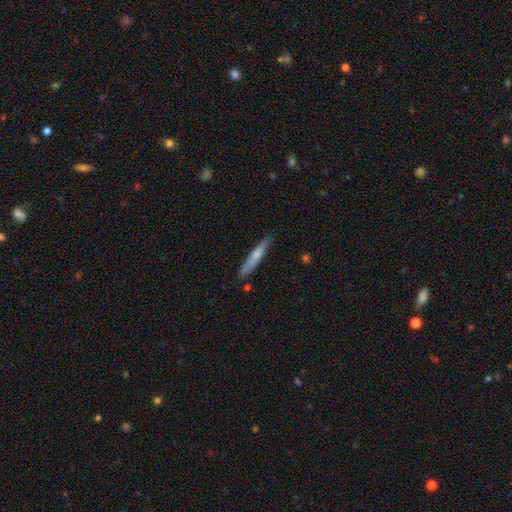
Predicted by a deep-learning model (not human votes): smooth_or_featured: smooth (p=0.61) [alt: featured or disk p=0.34]
how_rounded: cigar-shaped (p=0.93) [alt: in between p=0.05]
merging: none (p=0.85) [alt: minor disturbance p=0.11]